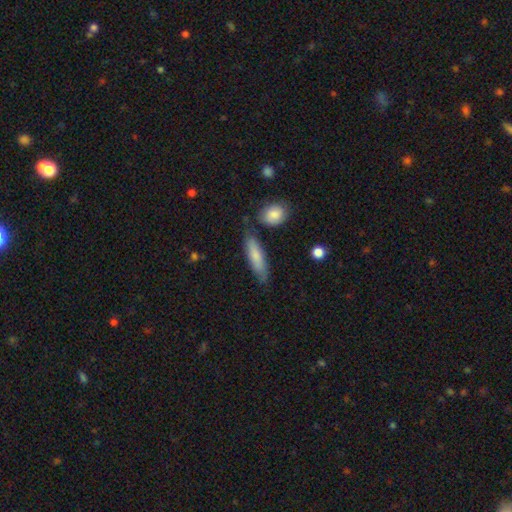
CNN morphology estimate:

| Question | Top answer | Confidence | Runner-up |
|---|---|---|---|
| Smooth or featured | smooth | 76% | featured or disk (18%) |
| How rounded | cigar-shaped | 66% | in between (32%) |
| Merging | none | 74% | minor disturbance (17%) |